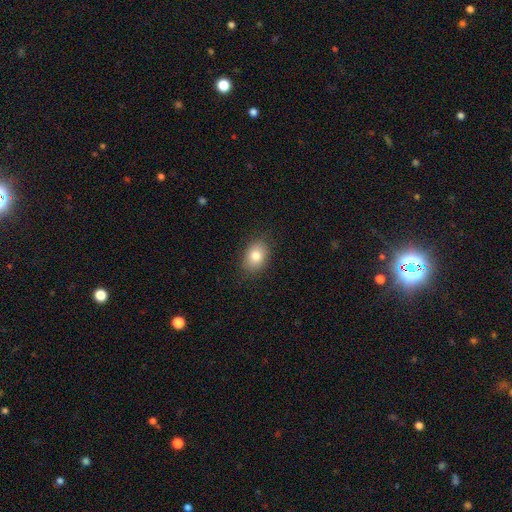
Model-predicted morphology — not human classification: Smooth or featured? Predicted: smooth (p=0.82). How rounded? Predicted: in between (p=0.74). Merging? Predicted: none (p=0.86).